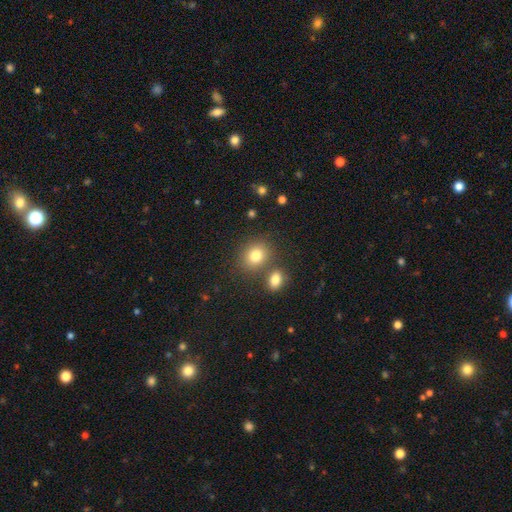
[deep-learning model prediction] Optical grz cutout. It shows a smooth galaxy with no disk features (80%) that is round (65%). Merging: none (67%).